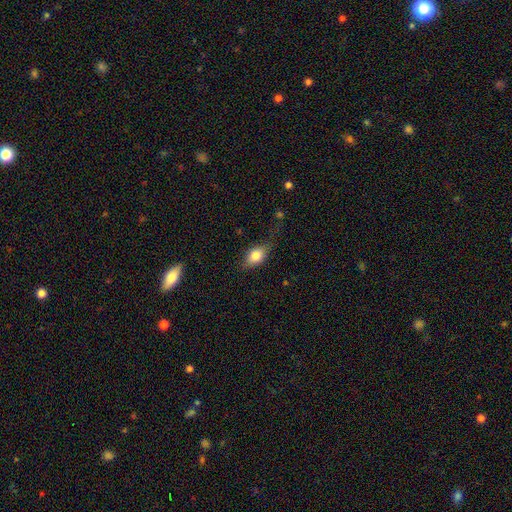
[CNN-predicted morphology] Smooth or featured: smooth — 73% (featured or disk — 18%)
How rounded: in between — 77% (round — 17%)
Merging: none — 62% (minor disturbance — 25%)